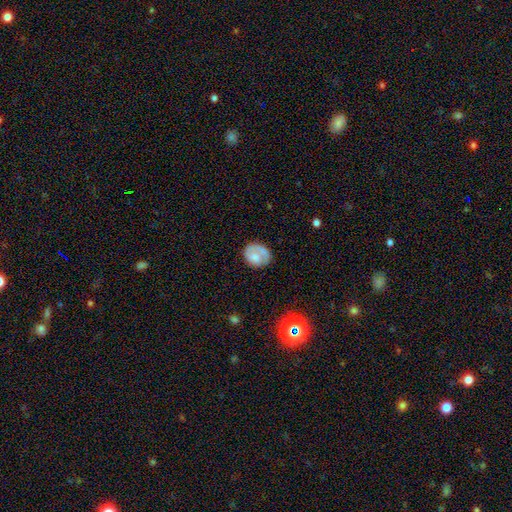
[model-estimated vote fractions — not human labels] smooth 60%, featured or disk 33%, star or artifact 7%. Down the decision tree: how rounded — round (53%); merging — none (60%).